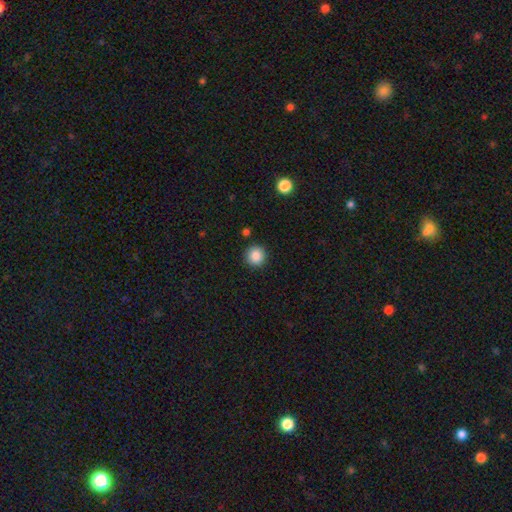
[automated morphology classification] A smooth galaxy with no disk features (87%) that is round (94%). Merging: none (90%).